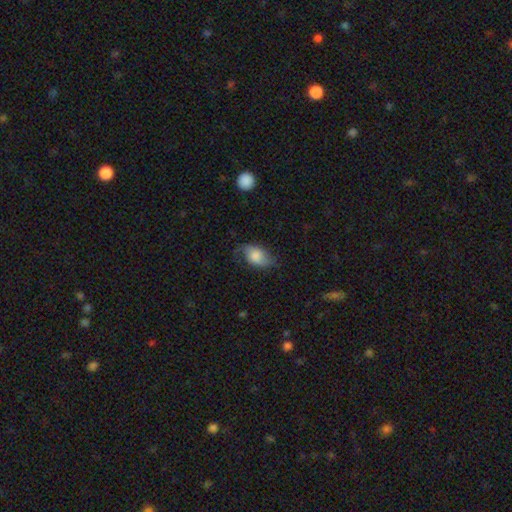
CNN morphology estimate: smooth-or-featured: smooth: 64% | featured or disk: 28% | star or artifact: 7%
  how-rounded: in between: 88% | round: 10% | cigar-shaped: 2%
  merging: none: 58% | minor disturbance: 29% | major disturbance: 12% | merger: 1%